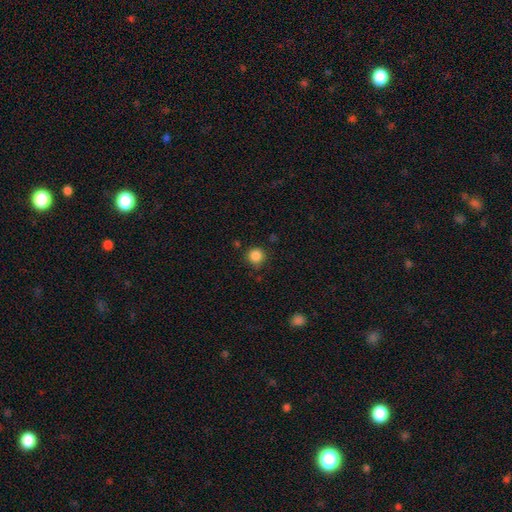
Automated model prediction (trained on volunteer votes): smooth_or_featured: smooth (p=0.86) [alt: star or artifact p=0.11]
how_rounded: round (p=0.93) [alt: in between p=0.06]
merging: none (p=0.84) [alt: minor disturbance p=0.10]